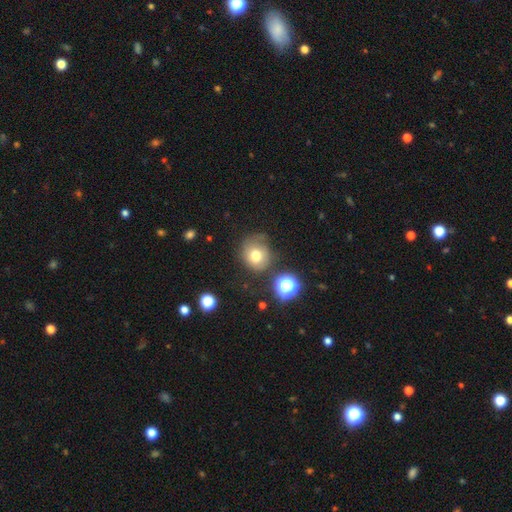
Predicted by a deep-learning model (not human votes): Smooth or featured: smooth — 72% (star or artifact — 14%)
How rounded: round — 81% (in between — 18%)
Merging: none — 63% (minor disturbance — 23%)